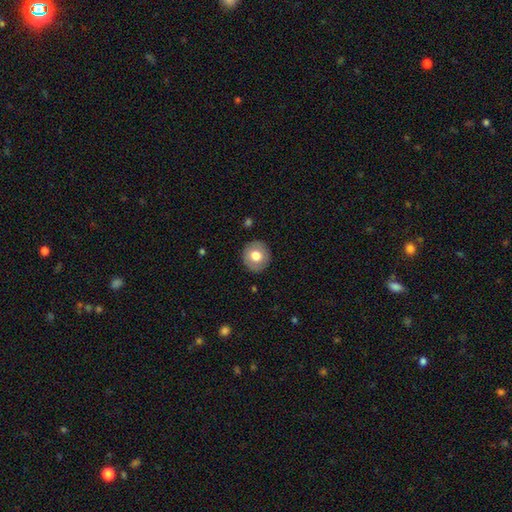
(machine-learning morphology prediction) This is likely a smooth galaxy (72%). How rounded: clearly round (91%). Merging: clearly none (90%).